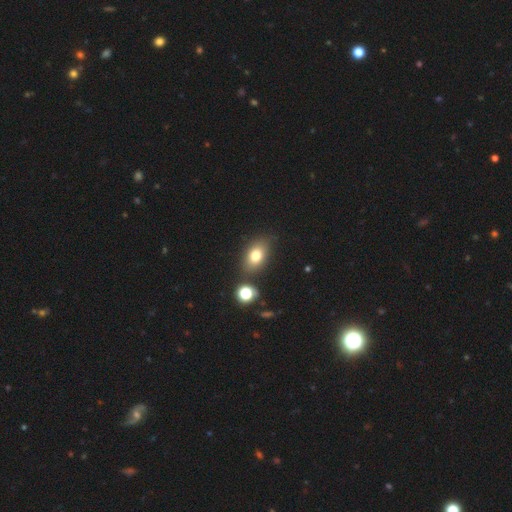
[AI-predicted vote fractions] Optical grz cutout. It shows a smooth galaxy with no disk features (76%) that is in between round and cigar-shaped (80%). Merging: none (77%).